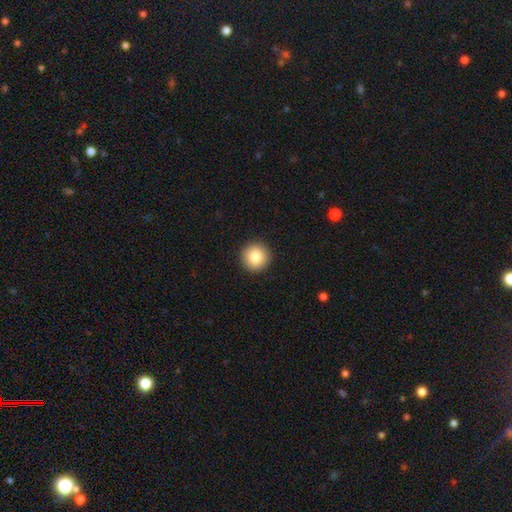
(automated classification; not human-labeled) Overall: smooth (85%). How rounded: round (95%). Merging: none (93%).